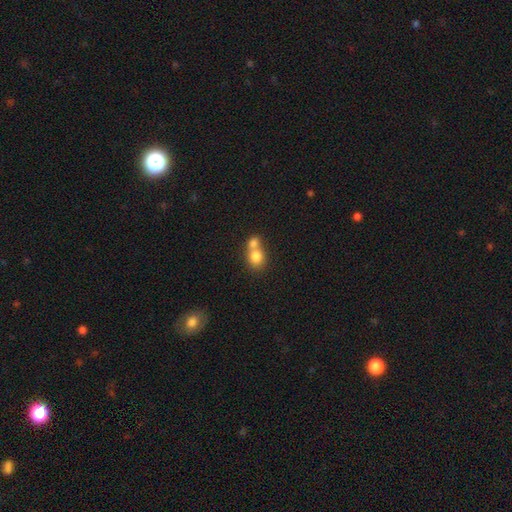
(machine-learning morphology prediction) Smooth or featured? smooth (79%)
How rounded? round (73%)
Merging? merger (62%)